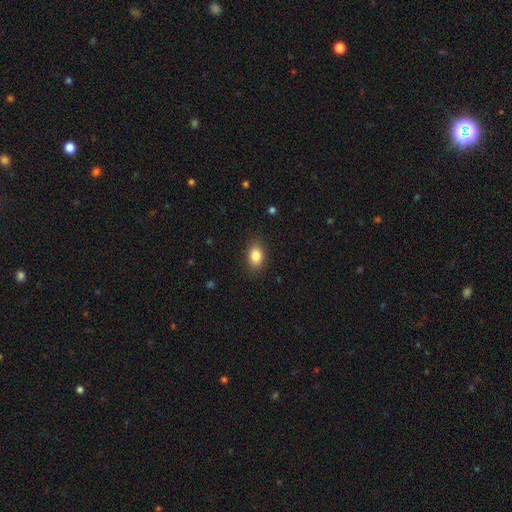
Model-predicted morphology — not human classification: Smooth or featured?
  - smooth: 85% *
  - star or artifact: 9%
  - featured or disk: 7%
How rounded?
  - in between: 79% *
  - round: 20%
  - cigar-shaped: 2%
Merging?
  - none: 86% *
  - minor disturbance: 10%
  - major disturbance: 3%
  - merger: 1%